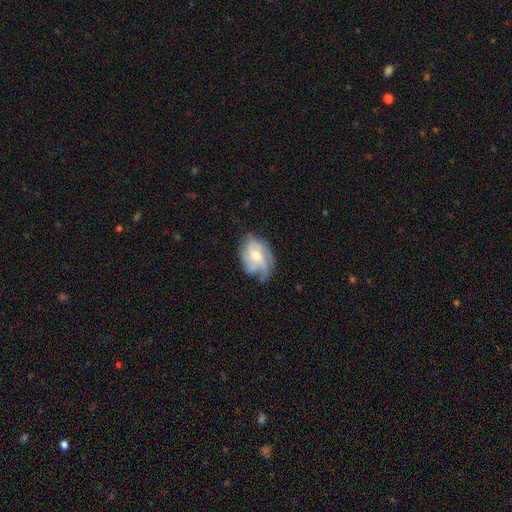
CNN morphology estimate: Smooth or featured: featured or disk — 69% (smooth — 24%)
Edge-on disk: no — 97% (yes — 3%)
Bar: no — 60% (weak — 34%)
Spiral arms: yes — 85% (no — 15%)
Spiral winding: medium — 41% (tight — 38%)
Spiral arm count: can't tell — 32% (3 — 29%)
Bulge size: moderate — 51% (small — 38%)
Merging: none — 56% (minor disturbance — 27%)